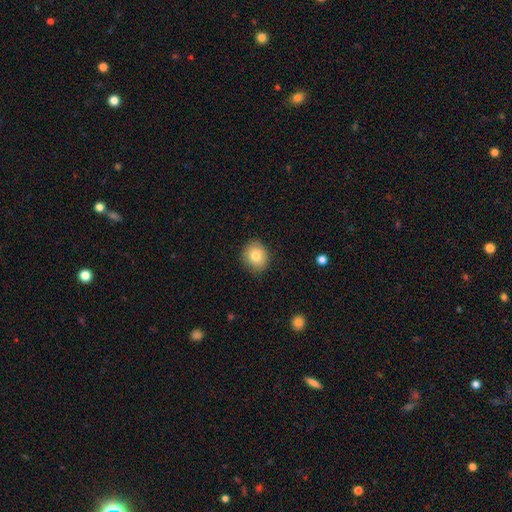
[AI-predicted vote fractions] Smooth or featured?
  - smooth: 81% *
  - featured or disk: 10%
  - star or artifact: 9%
How rounded?
  - round: 75% *
  - in between: 24%
  - cigar-shaped: 1%
Merging?
  - none: 85% *
  - minor disturbance: 11%
  - major disturbance: 2%
  - merger: 1%